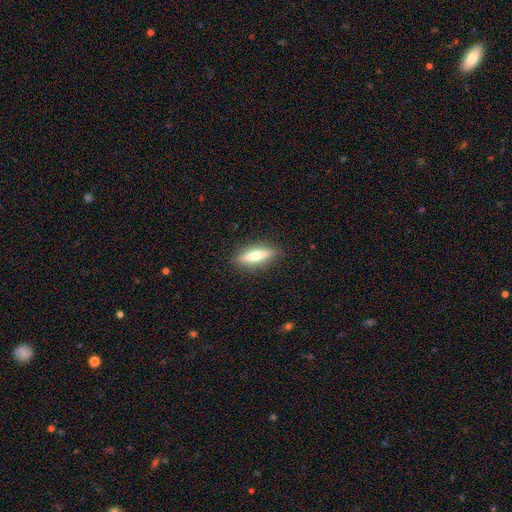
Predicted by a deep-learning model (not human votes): Smooth or featured?
  - smooth: 50% *
  - featured or disk: 44%
  - star or artifact: 6%
Merging?
  - none: 88% *
  - minor disturbance: 8%
  - major disturbance: 2%
  - merger: 1%